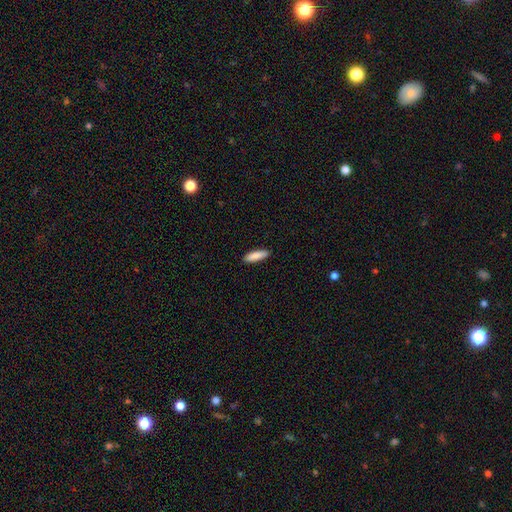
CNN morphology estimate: The model was most divided on "how rounded": cigar-shaped: 64%, in between: 34%, round: 1%. More confident: merging — none (90%); smooth or featured — smooth (88%).